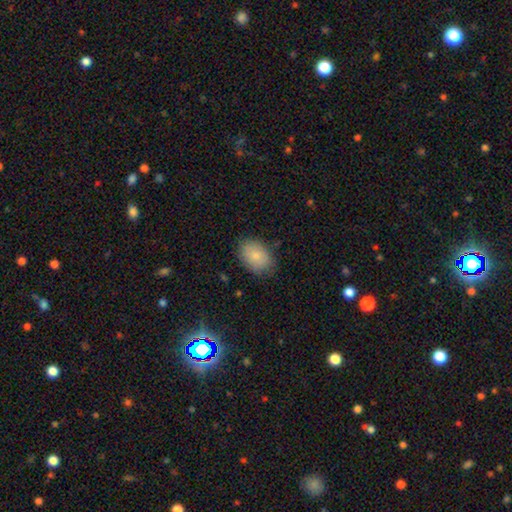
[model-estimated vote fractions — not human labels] The model was most divided on "how rounded": in between: 81%, round: 18%, cigar-shaped: 1%. More confident: smooth or featured — smooth (82%); merging — none (80%).